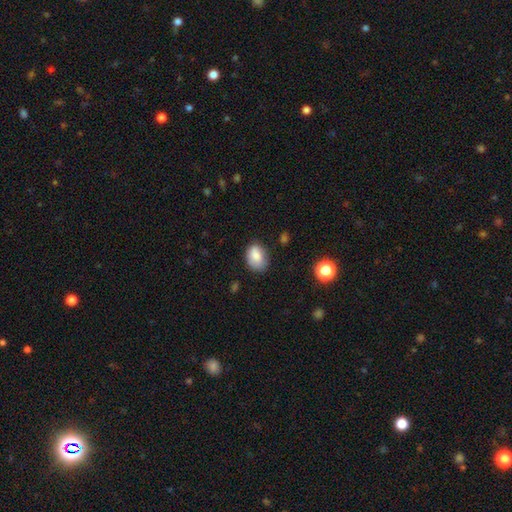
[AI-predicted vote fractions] Morphology: type=smooth (83%); roundness=in between (79%); merging=none (67%).